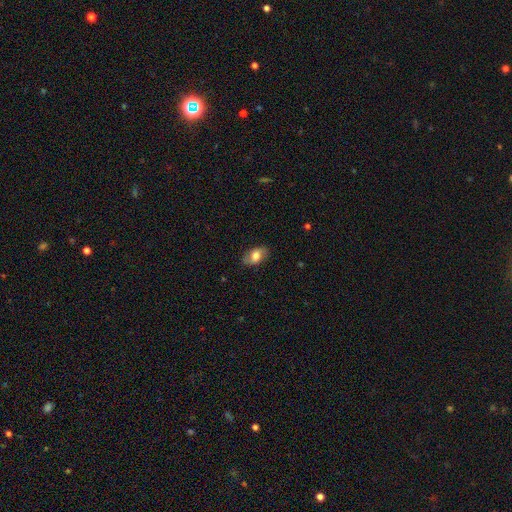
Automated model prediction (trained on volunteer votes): smooth_or_featured: smooth (p=0.64) [alt: featured or disk p=0.28]
how_rounded: in between (p=0.89) [alt: round p=0.09]
merging: none (p=0.78) [alt: minor disturbance p=0.17]